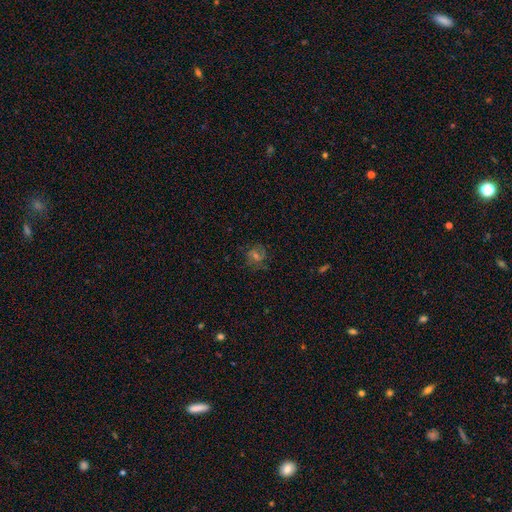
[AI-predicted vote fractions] smooth-or-featured: featured or disk: 43% | smooth: 32% | star or artifact: 26%
  merging: none: 77% | minor disturbance: 14% | major disturbance: 8% | merger: 2%